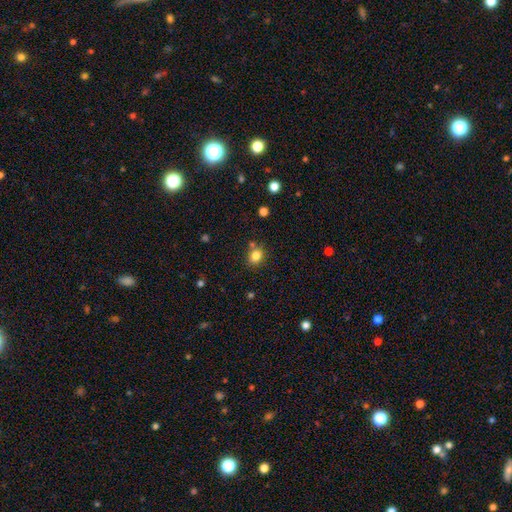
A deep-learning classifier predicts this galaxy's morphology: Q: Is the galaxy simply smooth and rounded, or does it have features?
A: smooth — 82%.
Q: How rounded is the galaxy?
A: round — 63%.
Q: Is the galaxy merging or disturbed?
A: none — 75%.